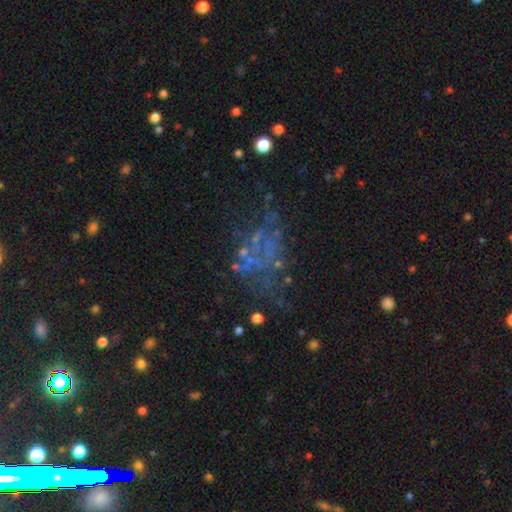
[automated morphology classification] The model was most divided on "smooth or featured": featured or disk: 40%, star or artifact: 39%, smooth: 21%. Remaining: merging — none (42%).